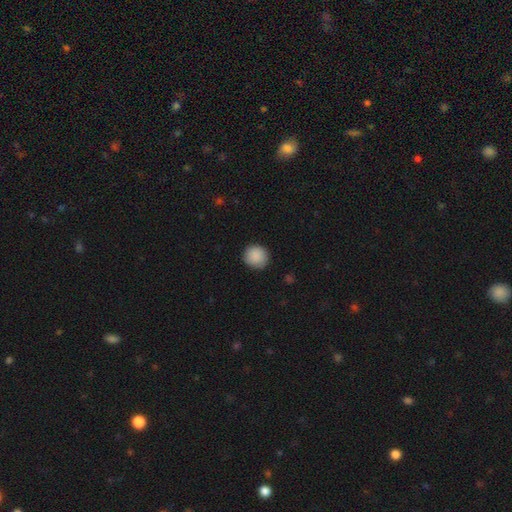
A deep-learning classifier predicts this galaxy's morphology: The model was most divided on "merging": none: 88%, minor disturbance: 9%, major disturbance: 2%, merger: 1%. More confident: how rounded — round (92%); smooth or featured — smooth (89%).